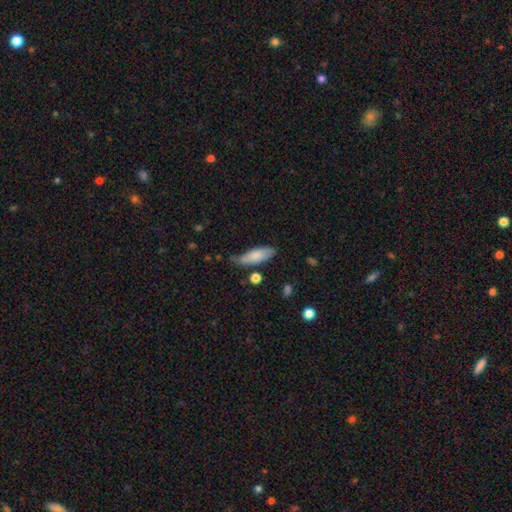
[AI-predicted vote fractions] Q: Smooth or featured?
A: smooth (75%); runner-up: featured or disk (19%)
Q: How rounded?
A: in between (61%); runner-up: cigar-shaped (37%)
Q: Merging?
A: none (55%); runner-up: minor disturbance (32%)